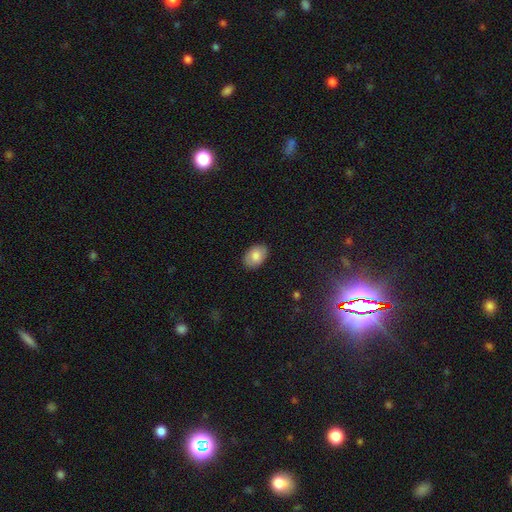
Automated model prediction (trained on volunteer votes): smooth 82%, featured or disk 11%, star or artifact 7%. Down the decision tree: how rounded — in between (86%); merging — none (87%).